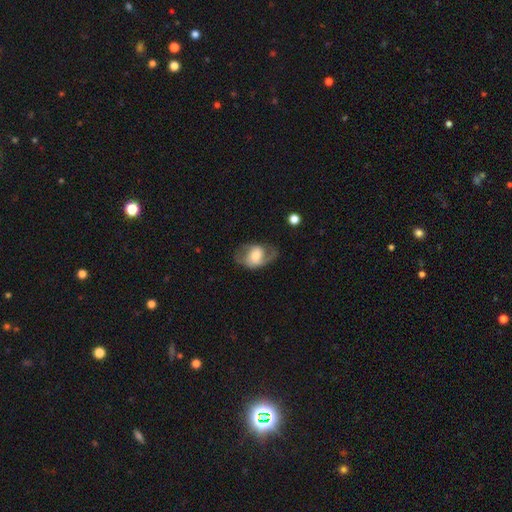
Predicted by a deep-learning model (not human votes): smooth-or-featured: featured or disk: 61% | smooth: 32% | star or artifact: 7%
  disk-edge-on: no: 96% | yes: 4%
    bar: no: 48% | weak: 39% | strong: 13%
    has-spiral-arms: yes: 83% | no: 17%
    bulge-size: moderate: 43% | small: 25% | large: 23% | none: 6% | dominant: 3%
  merging: none: 56% | minor disturbance: 24% | major disturbance: 18% | merger: 2%